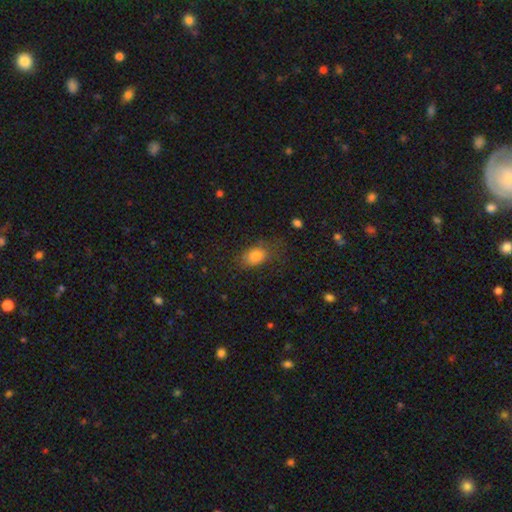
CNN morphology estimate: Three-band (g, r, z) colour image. It shows a smooth galaxy with no disk features (81%) that is in between round and cigar-shaped (78%). Merging: none (64%).